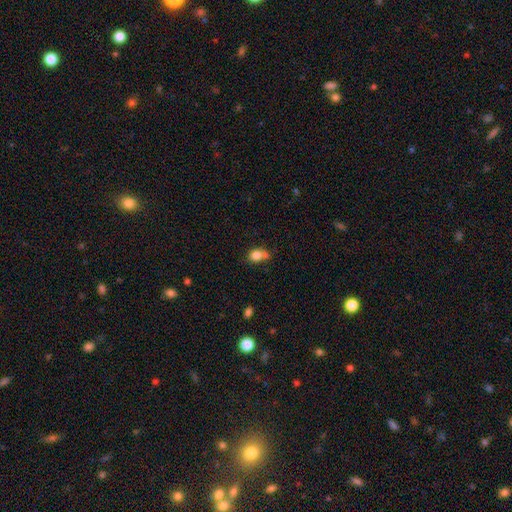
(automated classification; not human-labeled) A smooth galaxy with no disk features (80%) that is in between round and cigar-shaped (59%).

Vote fractions:
- Smooth or featured? smooth: 80% / star or artifact: 10% / featured or disk: 9%
- How rounded? in between: 59% / round: 40% / cigar-shaped: 2%
- Merging? none: 43% / minor disturbance: 30% / merger: 17% / major disturbance: 11%